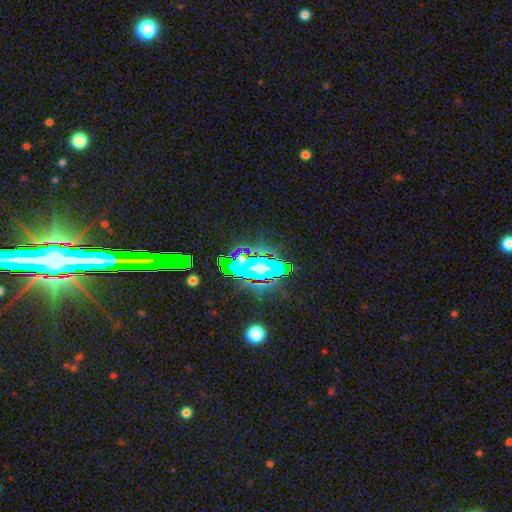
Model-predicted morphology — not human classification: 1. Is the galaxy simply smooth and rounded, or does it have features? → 76% star or artifact, 12% featured or disk, 12% smooth.